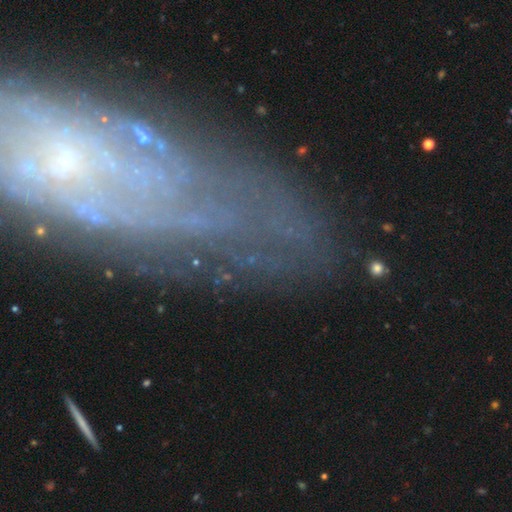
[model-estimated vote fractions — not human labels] Smooth or featured?
  - featured or disk: 69% *
  - smooth: 16%
  - star or artifact: 15%
Edge-on disk?
  - no: 80% *
  - yes: 20%
Bar?
  - no: 67% *
  - weak: 22%
  - strong: 11%
Spiral arms?
  - yes: 70% *
  - no: 30%
Bulge size?
  - small: 61% *
  - moderate: 22%
  - none: 10%
  - large: 4%
  - dominant: 2%
Merging?
  - none: 73% *
  - minor disturbance: 17%
  - major disturbance: 8%
  - merger: 3%